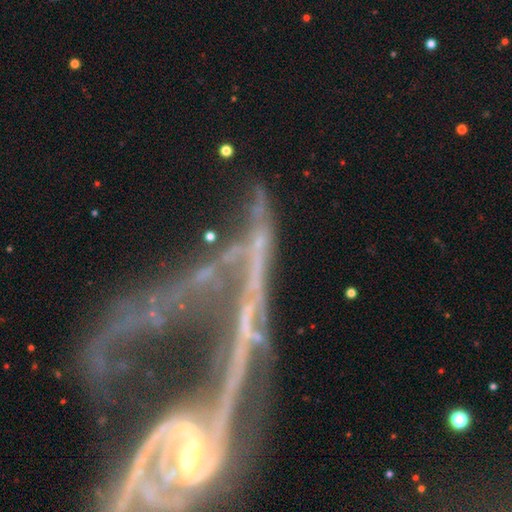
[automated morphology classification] type=featured or disk (69%); edge-on=no (79%); bar=no (44%); spiral arms=yes (65%); bulge=small (47%); merging=major disturbance (35%).